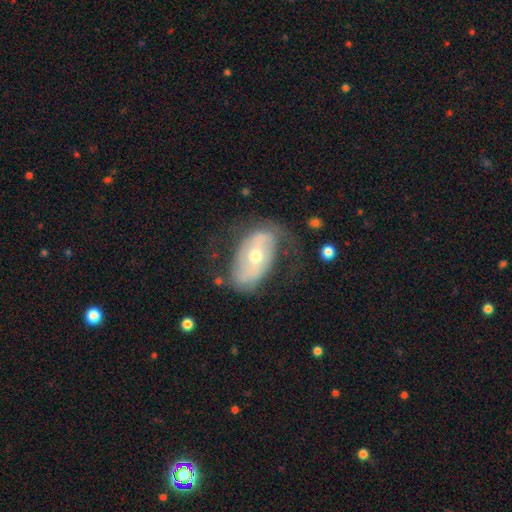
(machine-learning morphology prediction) smooth-or-featured: featured or disk: 72% | smooth: 21% | star or artifact: 7%
  disk-edge-on: no: 93% | yes: 7%
    bar: no: 49% | weak: 27% | strong: 24%
    has-spiral-arms: yes: 72% | no: 28%
    bulge-size: moderate: 57% | small: 38% | large: 3% | dominant: 1% | none: 1%
  merging: none: 58% | minor disturbance: 22% | major disturbance: 18% | merger: 2%